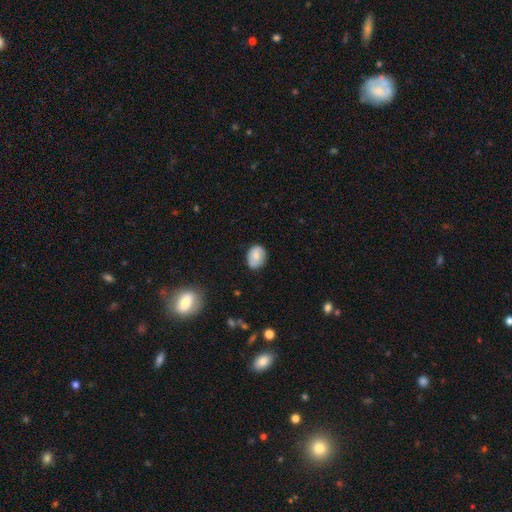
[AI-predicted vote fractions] smooth 76%, featured or disk 16%, star or artifact 8%. Down the decision tree: how rounded — in between (65%); merging — none (76%).